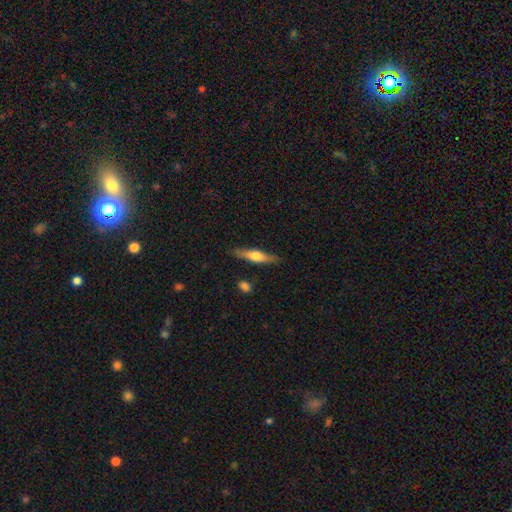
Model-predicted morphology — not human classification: Smooth or featured: featured or disk — 53% (smooth — 41%)
Edge-on disk: yes — 93% (no — 7%)
Merging: none — 85% (minor disturbance — 11%)